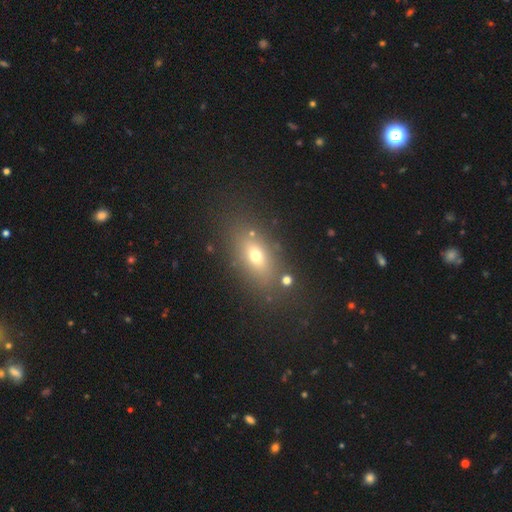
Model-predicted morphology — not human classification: Smooth or featured? smooth (67%)
How rounded? in between (77%)
Merging? none (78%)